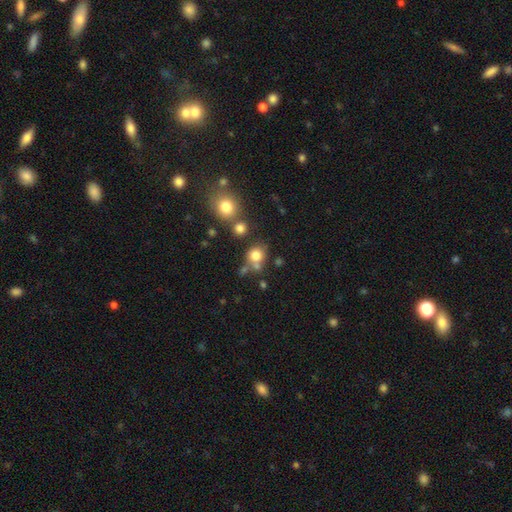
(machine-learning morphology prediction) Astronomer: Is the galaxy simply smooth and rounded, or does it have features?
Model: smooth — 78%.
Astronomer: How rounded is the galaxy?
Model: round — 83%.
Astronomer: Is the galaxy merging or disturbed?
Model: none — 58%.